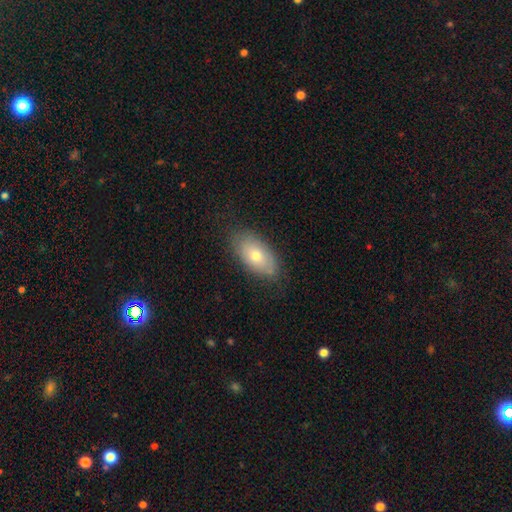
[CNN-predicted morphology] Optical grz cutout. It shows a smooth galaxy with no disk features (68%) that is in between round and cigar-shaped (92%). Merging: none (79%).